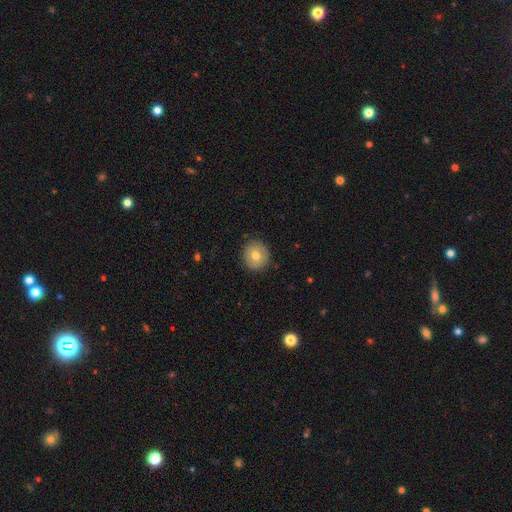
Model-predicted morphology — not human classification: This appears to be a smooth galaxy with no disk features (72%) that is round (93%). Merging: none (90%).